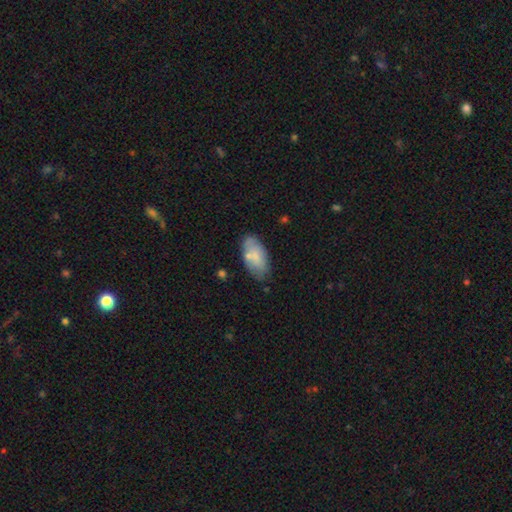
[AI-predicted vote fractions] A smooth galaxy with no disk features (73%) that is in between round and cigar-shaped (93%).

Vote fractions:
- Smooth or featured? smooth: 73% / featured or disk: 20% / star or artifact: 7%
- How rounded? in between: 93% / cigar-shaped: 5% / round: 2%
- Merging? none: 68% / minor disturbance: 20% / merger: 7% / major disturbance: 5%